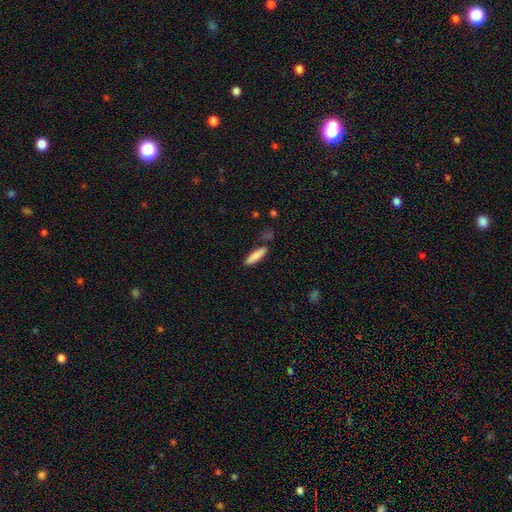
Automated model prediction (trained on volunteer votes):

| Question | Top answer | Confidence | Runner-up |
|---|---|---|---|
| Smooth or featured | smooth | 83% | featured or disk (11%) |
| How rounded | cigar-shaped | 73% | in between (26%) |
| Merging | none | 82% | minor disturbance (12%) |